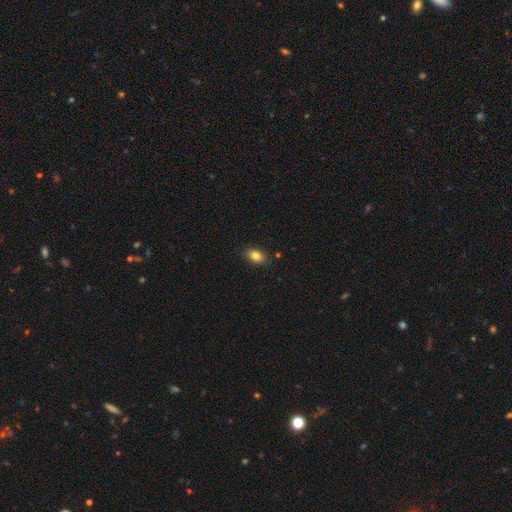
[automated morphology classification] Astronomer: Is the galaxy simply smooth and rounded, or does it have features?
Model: smooth — 83%.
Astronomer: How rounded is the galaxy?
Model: in between — 84%.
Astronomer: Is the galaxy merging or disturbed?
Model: none — 87%.